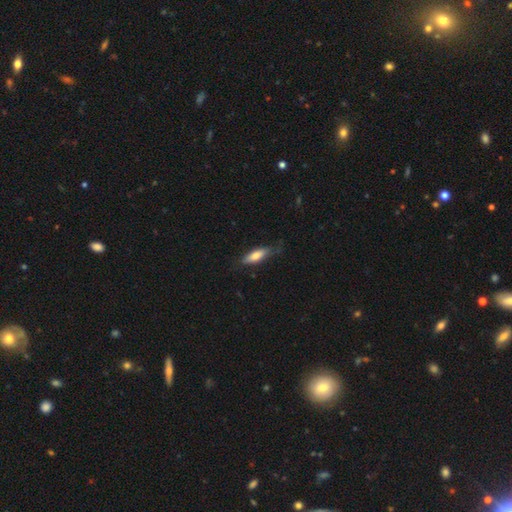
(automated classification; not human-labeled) The model was most divided on "how rounded": in between: 56%, cigar-shaped: 42%, round: 2%. More confident: smooth or featured — smooth (73%); merging — none (65%).